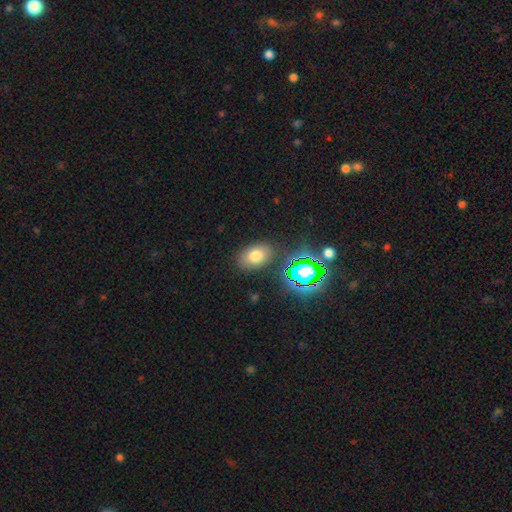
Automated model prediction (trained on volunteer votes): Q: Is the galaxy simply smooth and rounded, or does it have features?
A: smooth — 70%.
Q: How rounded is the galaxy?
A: in between — 83%.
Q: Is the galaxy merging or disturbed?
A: none — 83%.